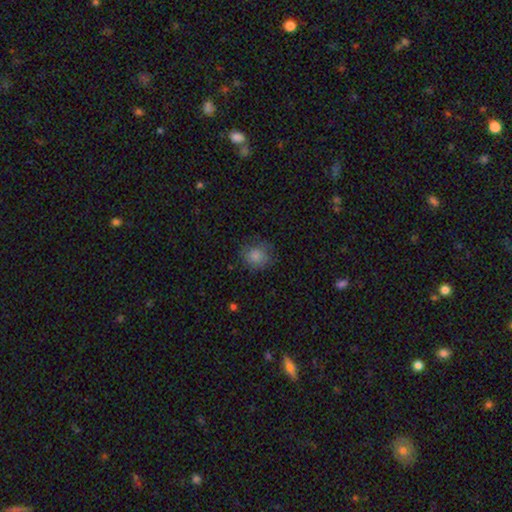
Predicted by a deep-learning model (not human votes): Smooth or featured?
  - smooth: 81% *
  - star or artifact: 11%
  - featured or disk: 7%
How rounded?
  - round: 78% *
  - in between: 21%
  - cigar-shaped: 1%
Merging?
  - none: 77% *
  - minor disturbance: 17%
  - major disturbance: 5%
  - merger: 1%